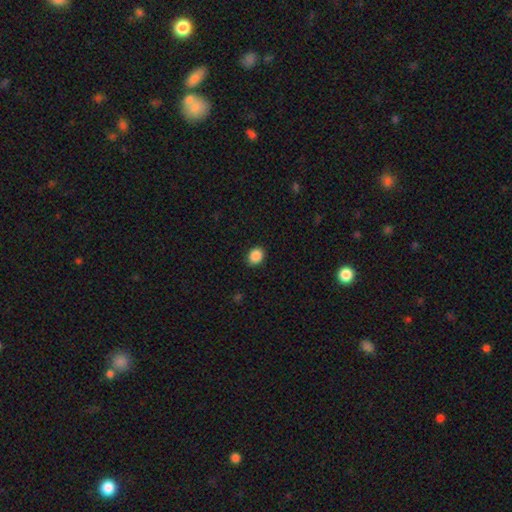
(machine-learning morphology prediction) The model was most divided on "how rounded": round: 50%, in between: 49%, cigar-shaped: 1%. More confident: smooth or featured — smooth (89%); merging — none (88%).